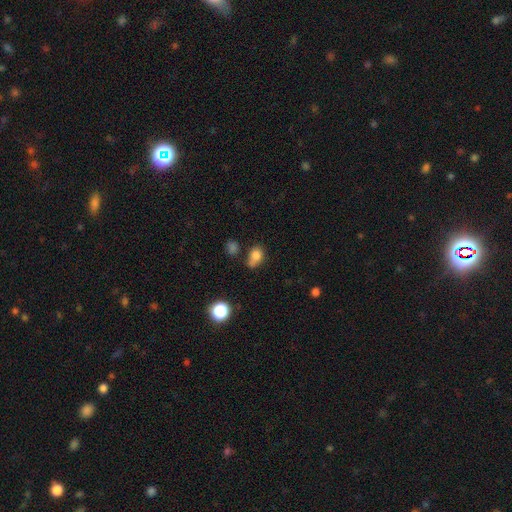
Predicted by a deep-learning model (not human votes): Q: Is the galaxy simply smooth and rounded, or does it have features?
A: smooth — 78%.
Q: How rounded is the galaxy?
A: in between — 59%.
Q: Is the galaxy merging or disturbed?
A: none — 45%.